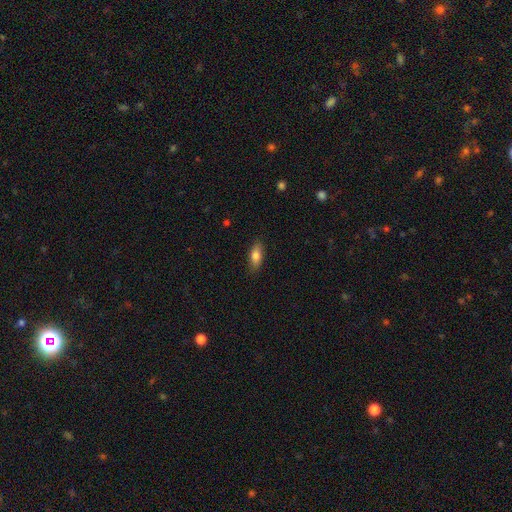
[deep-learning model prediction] smooth_or_featured: smooth (p=0.79) [alt: featured or disk p=0.14]
how_rounded: in between (p=0.77) [alt: cigar-shaped p=0.20]
merging: none (p=0.86) [alt: minor disturbance p=0.11]